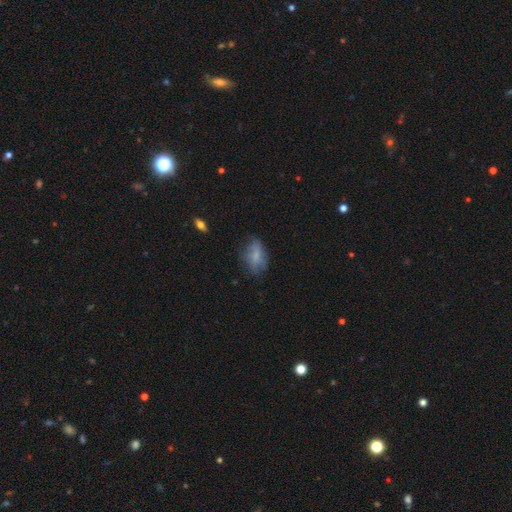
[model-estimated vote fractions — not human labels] smooth 63%, featured or disk 27%, star or artifact 9%. Down the decision tree: how rounded — in between (86%); merging — none (56%).